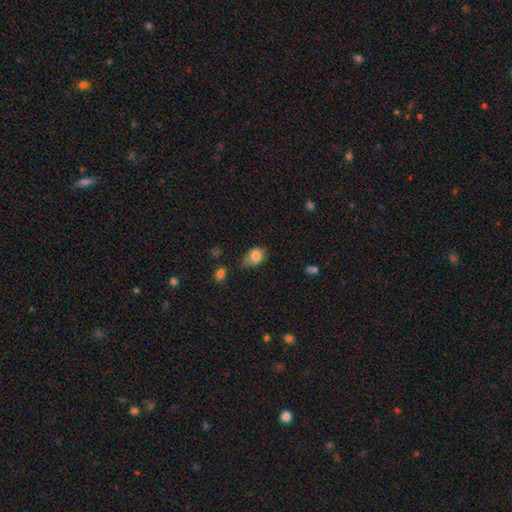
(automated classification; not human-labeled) A smooth galaxy with no disk features (81%) that is in between round and cigar-shaped (72%).

Vote fractions:
- Smooth or featured? smooth: 81% / featured or disk: 10% / star or artifact: 9%
- How rounded? in between: 72% / round: 26% / cigar-shaped: 1%
- Merging? none: 48% / minor disturbance: 39% / major disturbance: 9% / merger: 4%